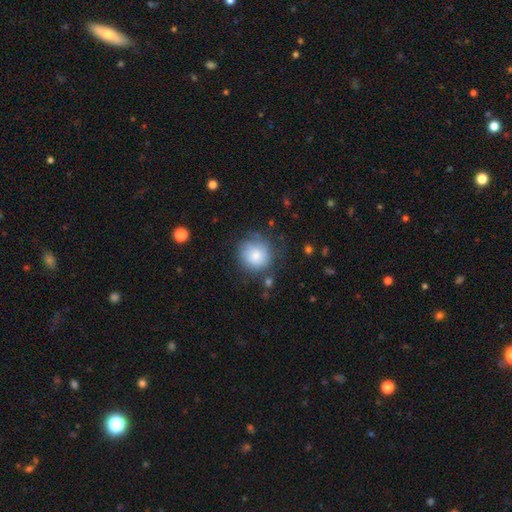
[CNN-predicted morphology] Smooth or featured?
  - smooth: 79% *
  - featured or disk: 13%
  - star or artifact: 8%
How rounded?
  - round: 89% *
  - in between: 10%
  - cigar-shaped: 1%
Merging?
  - none: 68% *
  - minor disturbance: 20%
  - major disturbance: 9%
  - merger: 3%